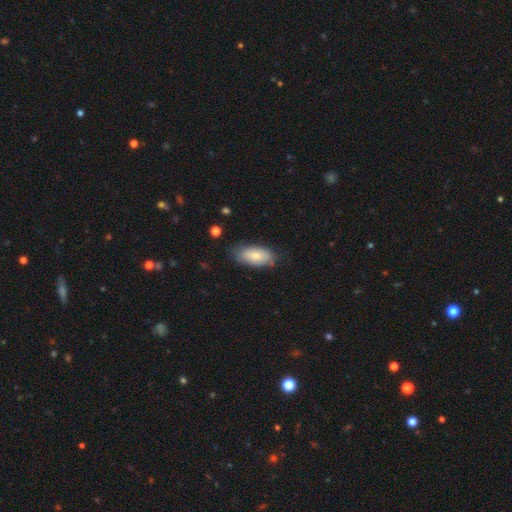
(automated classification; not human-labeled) Smooth or featured? Predicted: smooth (p=0.74). How rounded? Predicted: in between (p=0.92). Merging? Predicted: none (p=0.70).